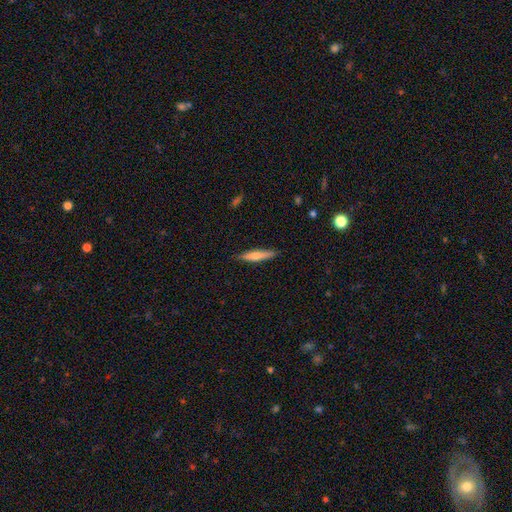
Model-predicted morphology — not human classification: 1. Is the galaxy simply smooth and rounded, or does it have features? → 65% smooth, 30% featured or disk, 6% star or artifact.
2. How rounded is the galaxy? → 88% cigar-shaped, 11% in between, 2% round.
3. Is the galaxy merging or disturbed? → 87% none, 10% minor disturbance, 2% major disturbance, 1% merger.